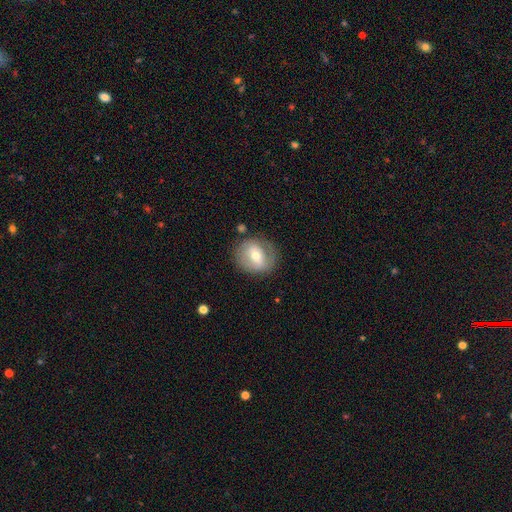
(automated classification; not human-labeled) Morphology: type=featured or disk (48%); merging=none (74%).